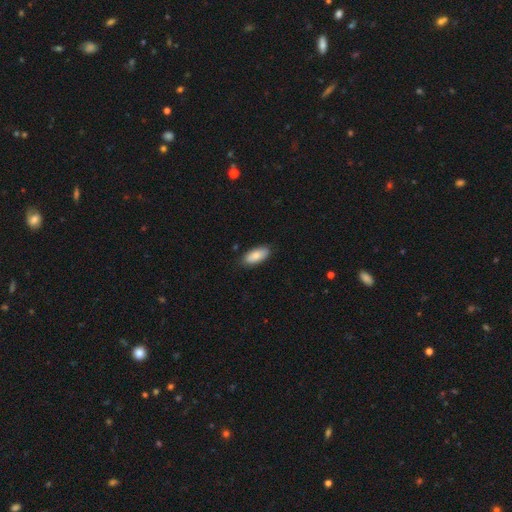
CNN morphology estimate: smooth_or_featured: smooth (p=0.85) [alt: featured or disk p=0.09]
how_rounded: in between (p=0.87) [alt: cigar-shaped p=0.11]
merging: none (p=0.83) [alt: minor disturbance p=0.13]